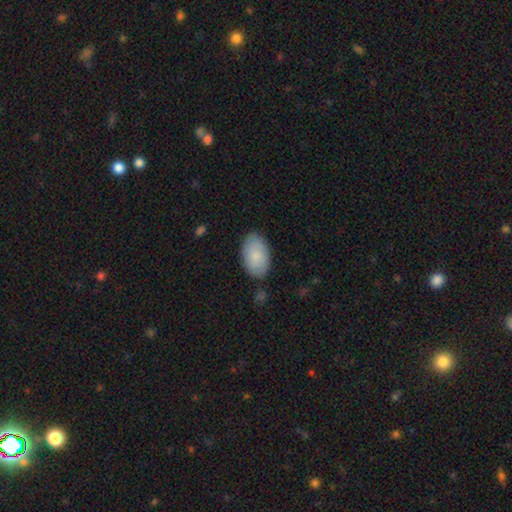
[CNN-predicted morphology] Smooth or featured? Predicted: smooth (p=0.85). How rounded? Predicted: in between (p=0.94). Merging? Predicted: none (p=0.84).